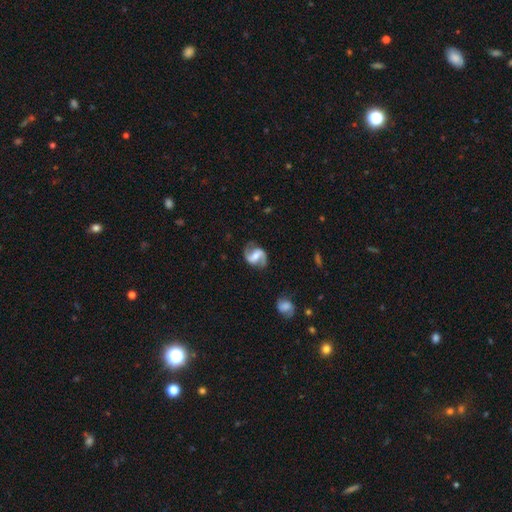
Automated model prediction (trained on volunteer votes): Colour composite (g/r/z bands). It shows a featured or disk galaxy (87%) with a weak bar (41%), 2 (94%) medium (48%) spiral arms (96%) and a moderate central bulge (60%). Merging: none (83%).